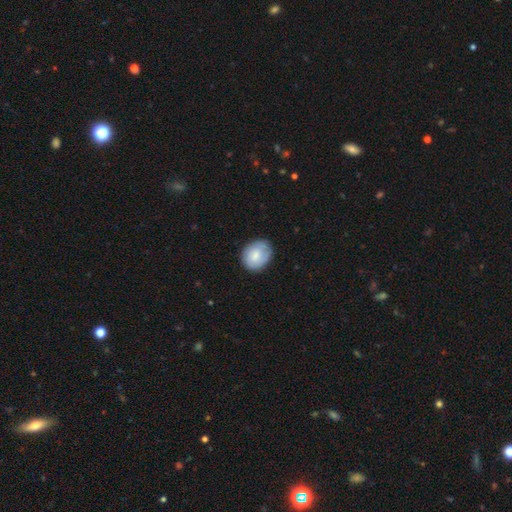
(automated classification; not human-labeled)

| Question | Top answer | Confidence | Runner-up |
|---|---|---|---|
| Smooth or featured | smooth | 77% | featured or disk (17%) |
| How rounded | round | 53% | in between (46%) |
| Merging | none | 77% | minor disturbance (19%) |